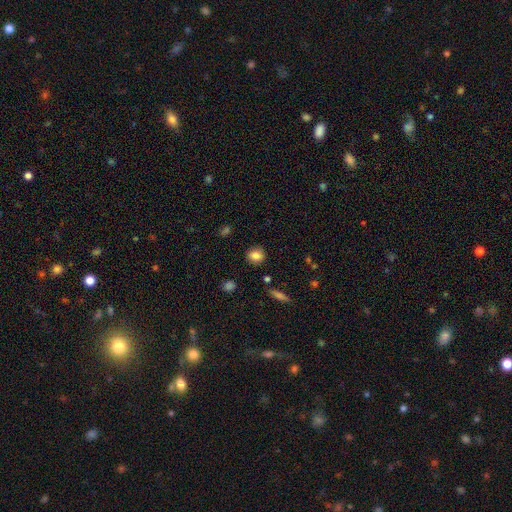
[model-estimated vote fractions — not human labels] This appears to be a smooth galaxy with no disk features (83%) that is round (80%). Merging: none (89%).